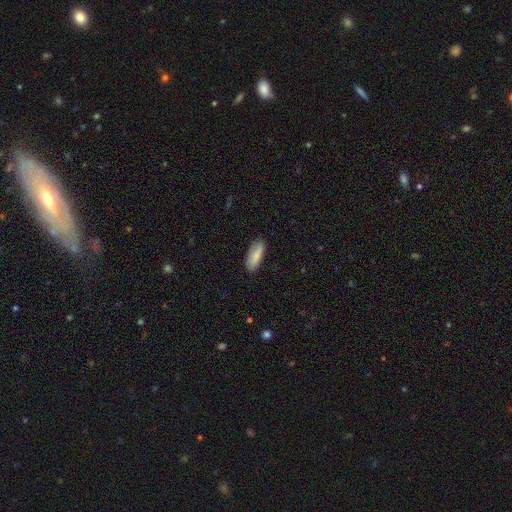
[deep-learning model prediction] smooth 84%, featured or disk 10%, star or artifact 6%. Down the decision tree: how rounded — in between (66%); merging — none (85%).